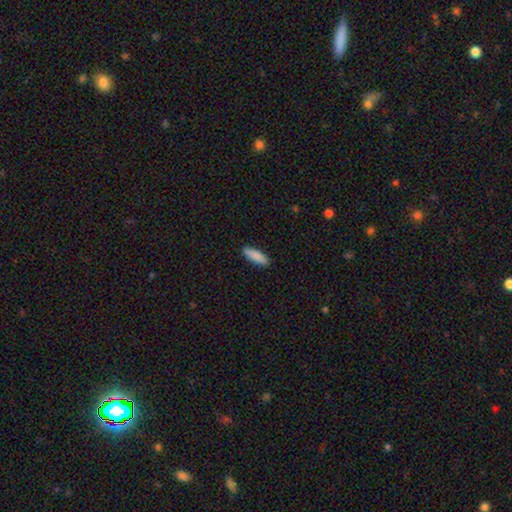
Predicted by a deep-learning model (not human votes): A smooth galaxy with no disk features (88%) that is cigar-shaped (50%). Merging: none (89%).